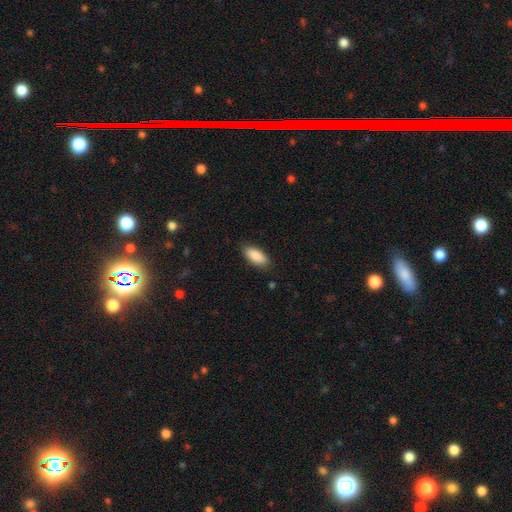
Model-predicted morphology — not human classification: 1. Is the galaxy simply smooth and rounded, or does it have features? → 88% smooth, 6% star or artifact, 6% featured or disk.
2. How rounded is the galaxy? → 88% in between, 10% cigar-shaped, 2% round.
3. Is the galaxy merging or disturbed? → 85% none, 12% minor disturbance, 2% major disturbance, 1% merger.